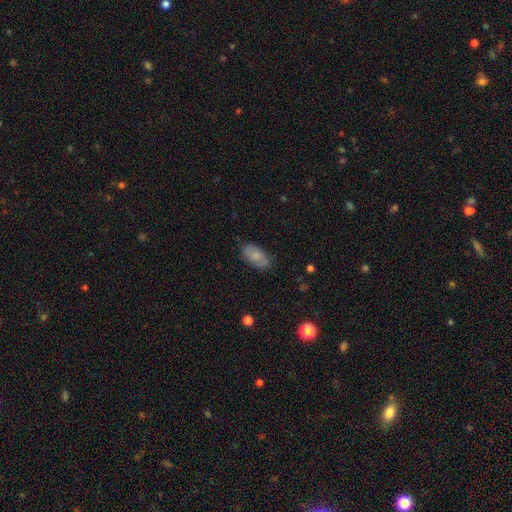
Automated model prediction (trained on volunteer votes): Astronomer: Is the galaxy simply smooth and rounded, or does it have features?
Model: smooth — 76%.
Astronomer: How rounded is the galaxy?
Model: in between — 93%.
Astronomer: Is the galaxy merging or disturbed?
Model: none — 81%.